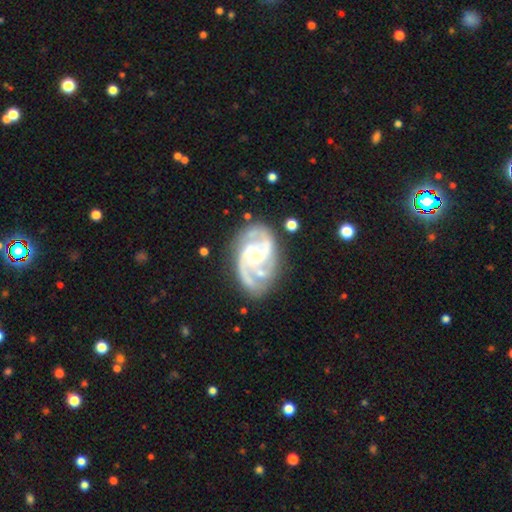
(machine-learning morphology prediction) Overall: featured or disk (91%). Edge-on disk: no (98%). Bar: no (57%; weak 33%). Spiral arms: yes (98%). Spiral arm count: 2 (51%; 3 31%). Spiral winding: medium (51%; tight 41%). Bulge size: small (60%; moderate 36%). Merging: none (71%).